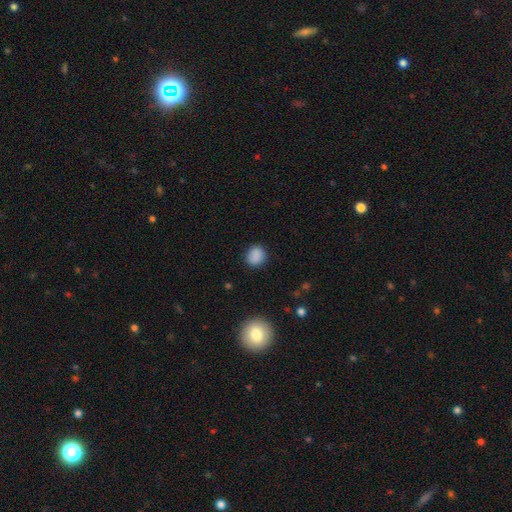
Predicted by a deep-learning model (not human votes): This is clearly a smooth galaxy (87%). How rounded: likely round (80%). Merging: clearly none (87%).